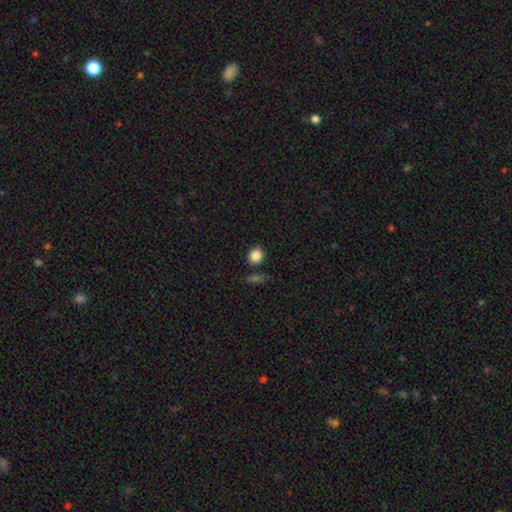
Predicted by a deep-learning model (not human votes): smooth-or-featured: smooth: 86% | star or artifact: 10% | featured or disk: 4%
  how-rounded: round: 69% | in between: 30% | cigar-shaped: 1%
  merging: none: 80% | minor disturbance: 11% | merger: 6% | major disturbance: 3%